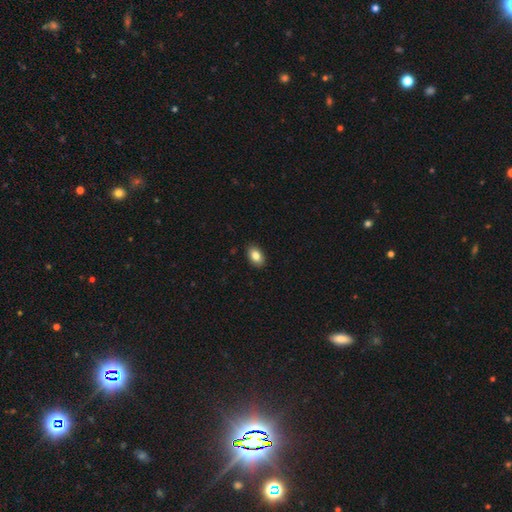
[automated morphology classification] type=smooth (84%); roundness=in between (88%); merging=none (89%).